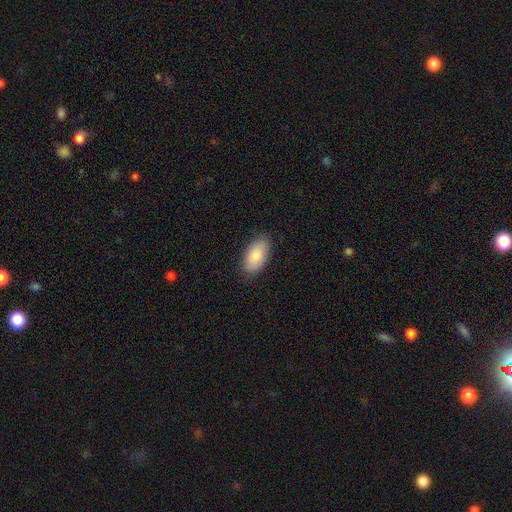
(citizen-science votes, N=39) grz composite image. It shows a smooth galaxy with no disk features (85%) that is in between round and cigar-shaped (94%). Merging: none (97%).